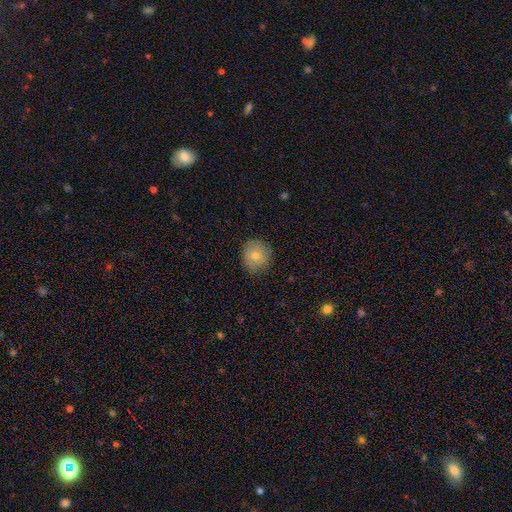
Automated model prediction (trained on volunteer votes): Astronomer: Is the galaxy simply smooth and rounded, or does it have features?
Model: smooth — 75%.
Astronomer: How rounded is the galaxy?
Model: round — 86%.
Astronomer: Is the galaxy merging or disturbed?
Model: none — 81%.